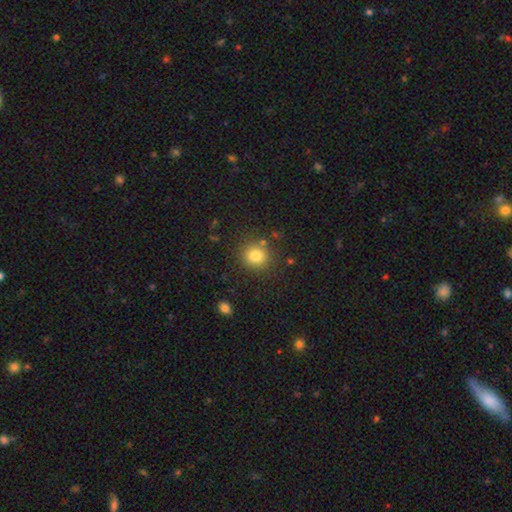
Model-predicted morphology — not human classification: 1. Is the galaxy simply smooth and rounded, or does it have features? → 81% smooth, 12% star or artifact, 7% featured or disk.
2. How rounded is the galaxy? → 86% round, 13% in between, 1% cigar-shaped.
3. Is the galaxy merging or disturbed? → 82% none, 9% minor disturbance, 5% merger, 3% major disturbance.